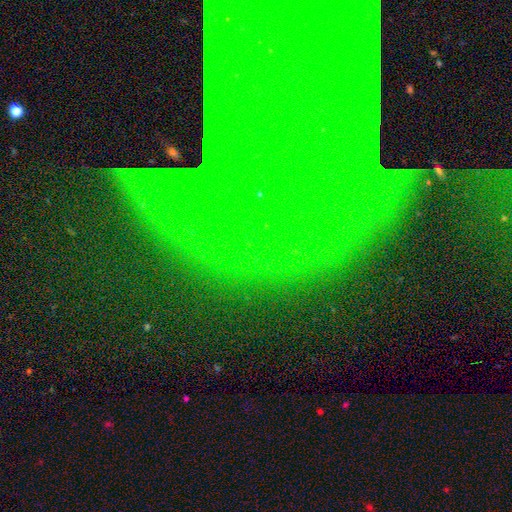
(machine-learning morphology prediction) type=star or artifact (75%).